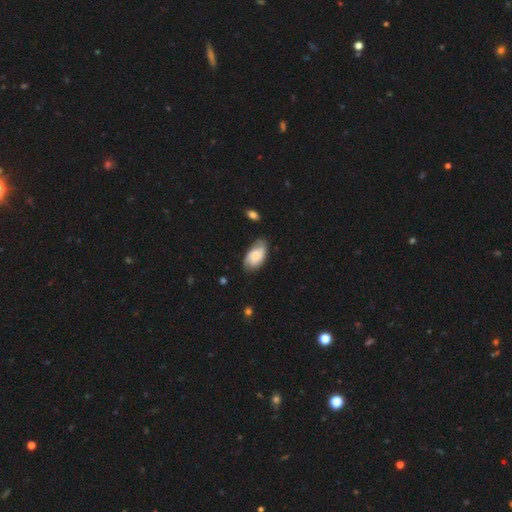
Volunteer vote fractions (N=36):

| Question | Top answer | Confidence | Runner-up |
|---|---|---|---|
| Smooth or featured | smooth | 50% | tied: featured or disk (50%) |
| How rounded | in between | 100% | — |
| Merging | none | 56% | minor disturbance (28%) |